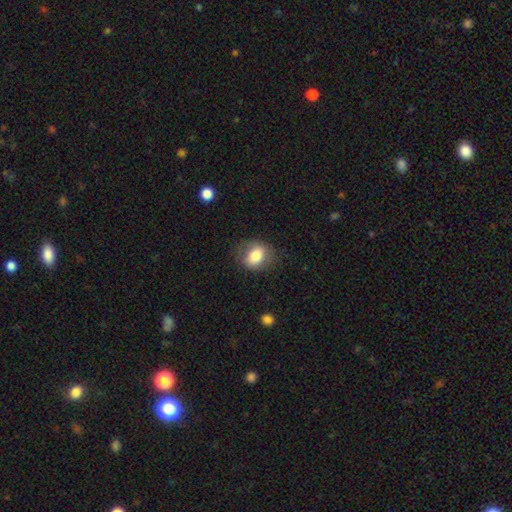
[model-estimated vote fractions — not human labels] This is clearly a smooth galaxy (80%). How rounded: possibly in between (56%). Merging: likely none (76%).